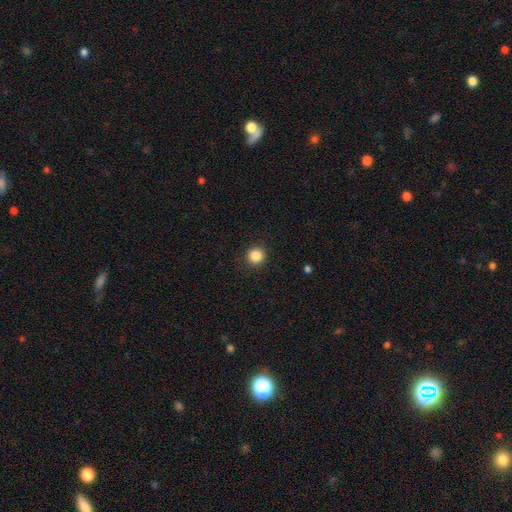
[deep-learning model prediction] Smooth or featured? smooth (87%)
How rounded? round (95%)
Merging? none (92%)